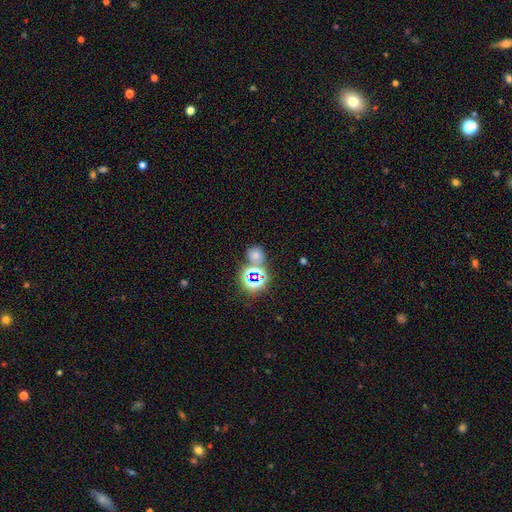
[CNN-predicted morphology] Smooth or featured? smooth (55%)
How rounded? round (73%)
Merging? none (65%)